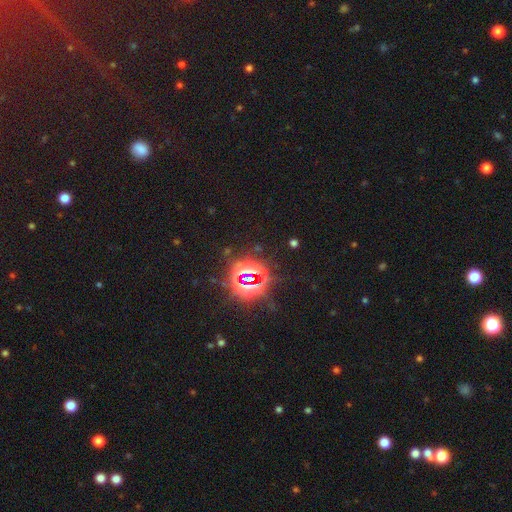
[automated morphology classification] Smooth or featured? Predicted: star or artifact (p=0.83).